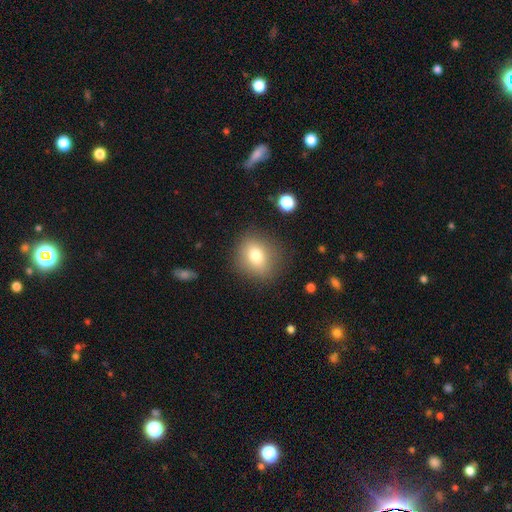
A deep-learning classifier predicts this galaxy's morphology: type=smooth (77%); roundness=round (65%); merging=none (82%).